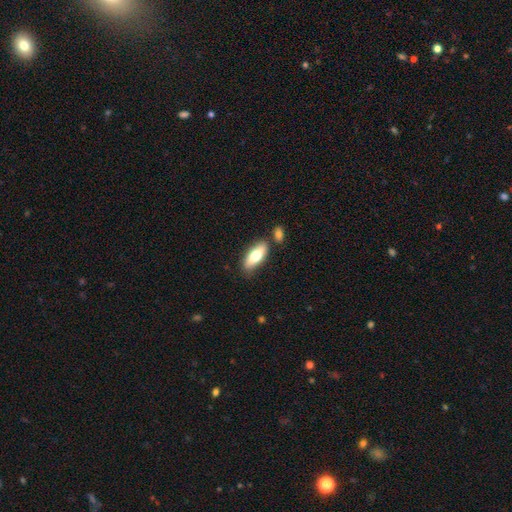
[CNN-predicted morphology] A smooth galaxy with no disk features (70%) that is in between round and cigar-shaped (79%).

Vote fractions:
- Smooth or featured? smooth: 70% / featured or disk: 24% / star or artifact: 6%
- How rounded? in between: 79% / cigar-shaped: 18% / round: 3%
- Merging? none: 75% / minor disturbance: 12% / merger: 10% / major disturbance: 3%